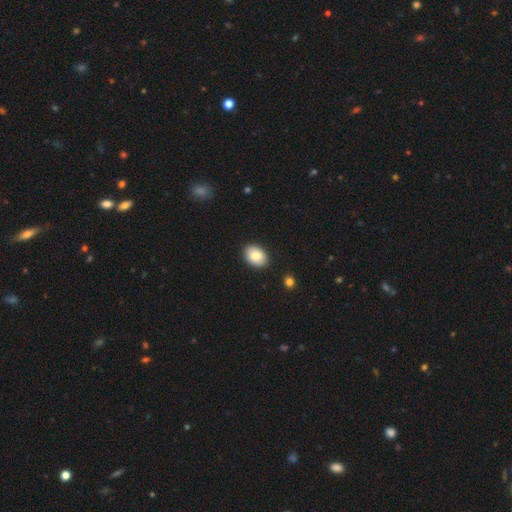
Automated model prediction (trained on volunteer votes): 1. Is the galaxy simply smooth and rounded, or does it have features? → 83% smooth, 10% featured or disk, 7% star or artifact.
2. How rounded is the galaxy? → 80% in between, 19% round, 1% cigar-shaped.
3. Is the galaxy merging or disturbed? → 89% none, 8% minor disturbance, 2% major disturbance, 1% merger.